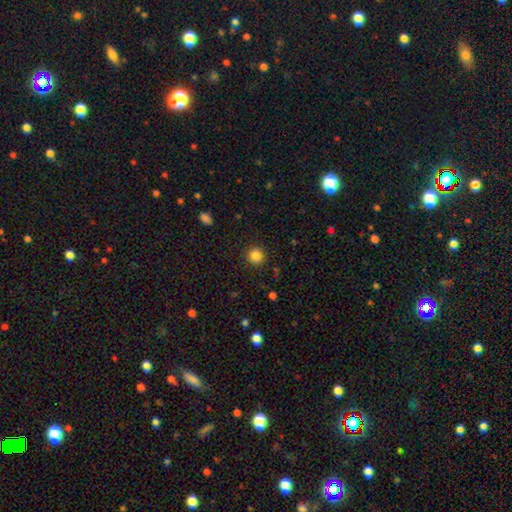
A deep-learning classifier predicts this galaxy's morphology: Overall: smooth (84%). How rounded: round (91%). Merging: none (91%).